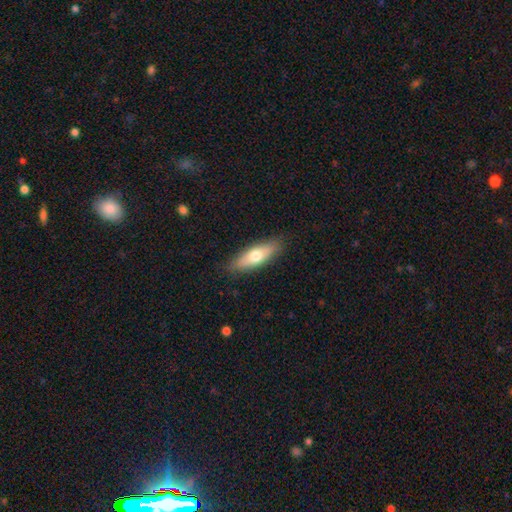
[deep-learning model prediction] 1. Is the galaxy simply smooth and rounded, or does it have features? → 64% smooth, 30% featured or disk, 6% star or artifact.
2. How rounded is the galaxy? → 52% in between, 45% cigar-shaped, 3% round.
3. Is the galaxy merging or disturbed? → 86% none, 10% minor disturbance, 2% major disturbance, 1% merger.